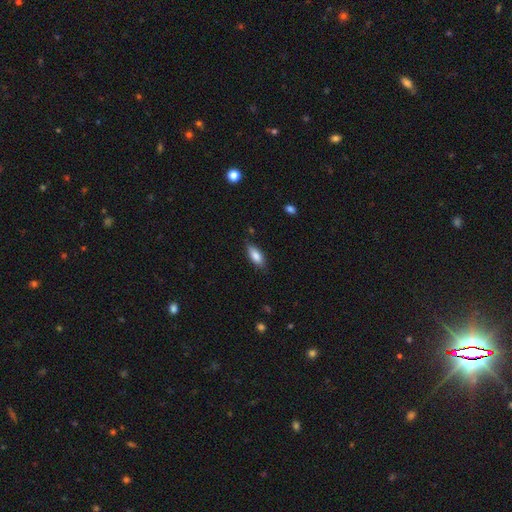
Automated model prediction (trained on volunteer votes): smooth 83%, featured or disk 11%, star or artifact 7%. Down the decision tree: how rounded — in between (80%); merging — none (79%).